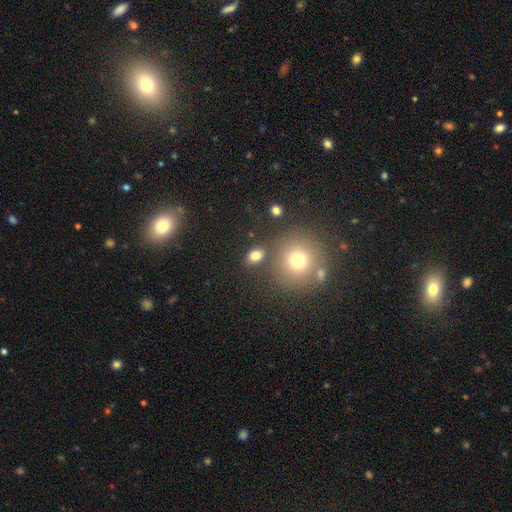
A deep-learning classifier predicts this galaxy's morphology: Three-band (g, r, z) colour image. It shows a smooth galaxy with no disk features (79%) that is in between round and cigar-shaped (64%). Merging: none (77%).